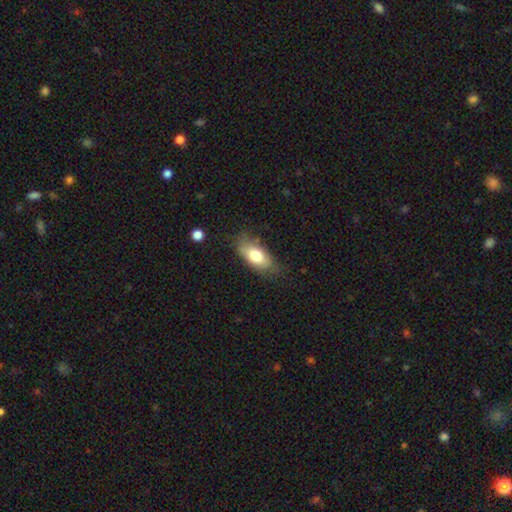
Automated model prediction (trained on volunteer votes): The model was most divided on "merging": none: 71%, minor disturbance: 22%, major disturbance: 6%, merger: 2%. More confident: how rounded — in between (85%); smooth or featured — smooth (75%).